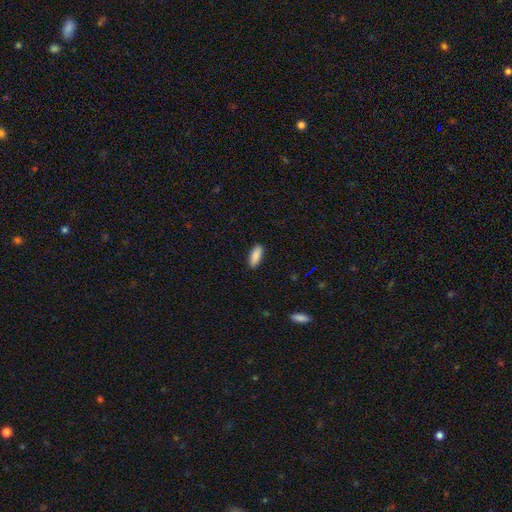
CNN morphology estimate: The model was most divided on "how rounded": in between: 71%, cigar-shaped: 27%, round: 2%. More confident: smooth or featured — smooth (89%); merging — none (88%).